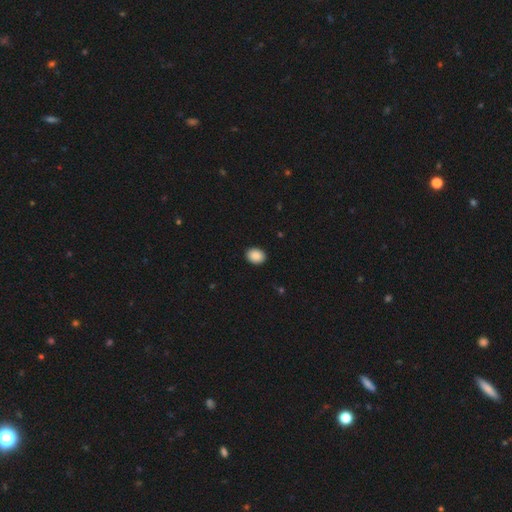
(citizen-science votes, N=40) smooth-or-featured: smooth: 95% | featured or disk: 5% | star or artifact: 0%
  how-rounded: in between: 68% | round: 32% | cigar-shaped: 0%
  merging: none: 95% | minor disturbance: 5% | major disturbance: 0% | merger: 0%